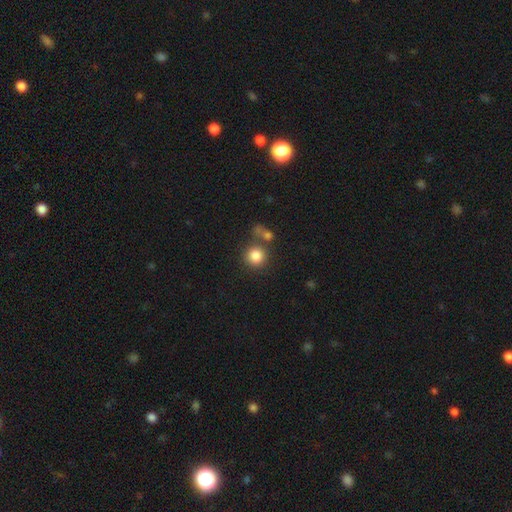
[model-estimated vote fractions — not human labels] This appears to be a smooth galaxy with no disk features (84%) that is round (91%). Merging: none (68%).